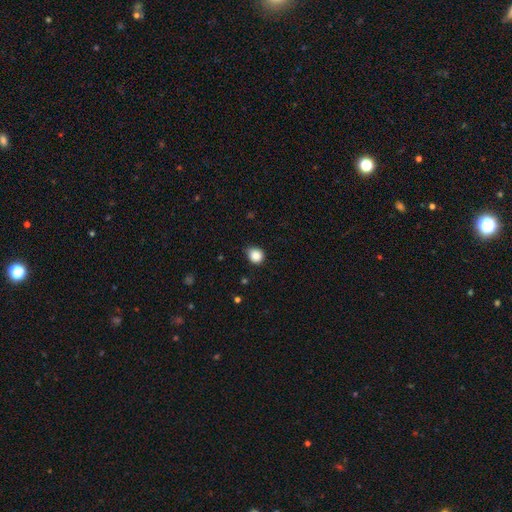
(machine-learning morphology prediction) smooth_or_featured: smooth (p=0.87) [alt: star or artifact p=0.10]
how_rounded: round (p=0.80) [alt: in between p=0.19]
merging: none (p=0.77) [alt: minor disturbance p=0.19]